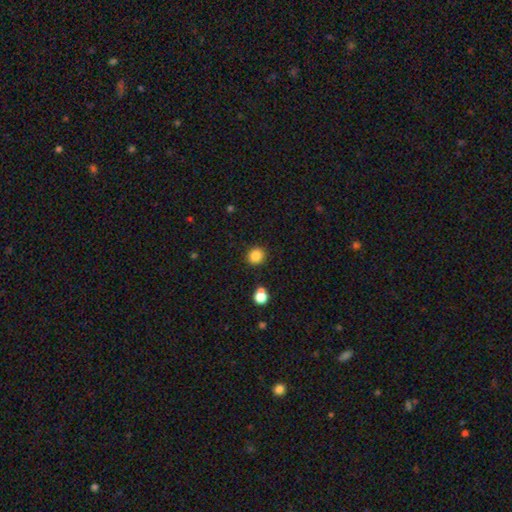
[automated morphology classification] The model was most divided on "how rounded": round: 86%, in between: 13%, cigar-shaped: 1%. More confident: merging — none (89%); smooth or featured — smooth (86%).